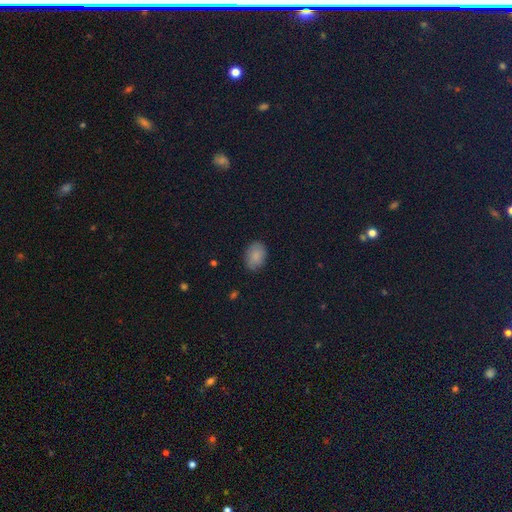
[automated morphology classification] The model was most divided on "how rounded": in between: 78%, round: 21%, cigar-shaped: 1%. More confident: merging — none (83%); smooth or featured — smooth (82%).